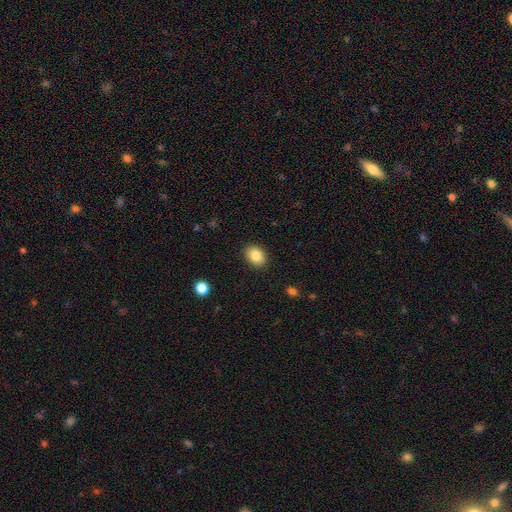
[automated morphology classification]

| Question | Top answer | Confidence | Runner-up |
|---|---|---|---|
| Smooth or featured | smooth | 84% | star or artifact (9%) |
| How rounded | in between | 64% | round (36%) |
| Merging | none | 89% | minor disturbance (8%) |